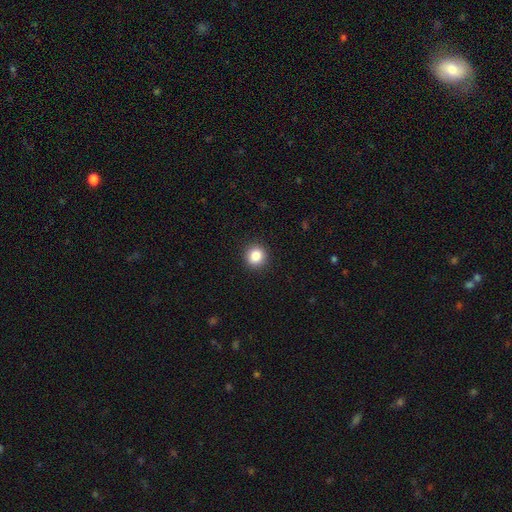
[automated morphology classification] The model was most divided on "smooth or featured": smooth: 86%, star or artifact: 10%, featured or disk: 4%. More confident: merging — none (92%); how rounded — round (92%).